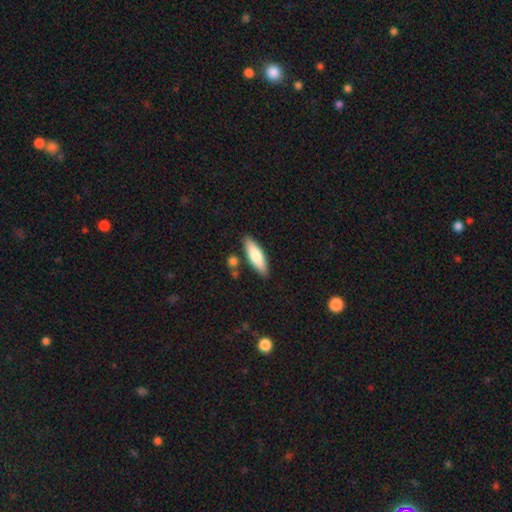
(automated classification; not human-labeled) smooth_or_featured: smooth (p=0.75) [alt: featured or disk p=0.20]
how_rounded: cigar-shaped (p=0.49) [tied with: in between p=0.49]
merging: none (p=0.83) [alt: minor disturbance p=0.10]